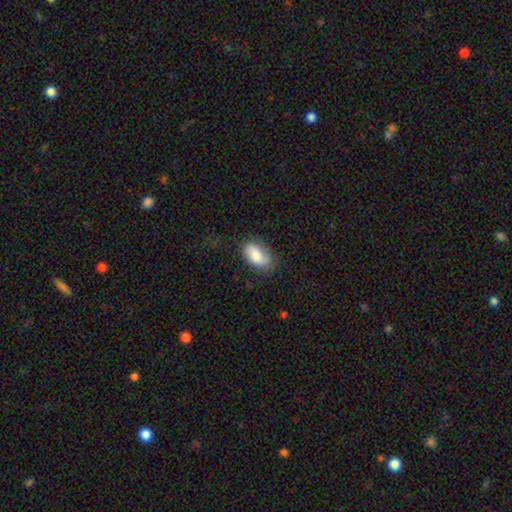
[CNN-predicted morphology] A smooth galaxy with no disk features (73%) that is in between round and cigar-shaped (92%).

Vote fractions:
- Smooth or featured? smooth: 73% / featured or disk: 20% / star or artifact: 7%
- How rounded? in between: 92% / round: 6% / cigar-shaped: 2%
- Merging? none: 69% / minor disturbance: 22% / major disturbance: 7% / merger: 1%